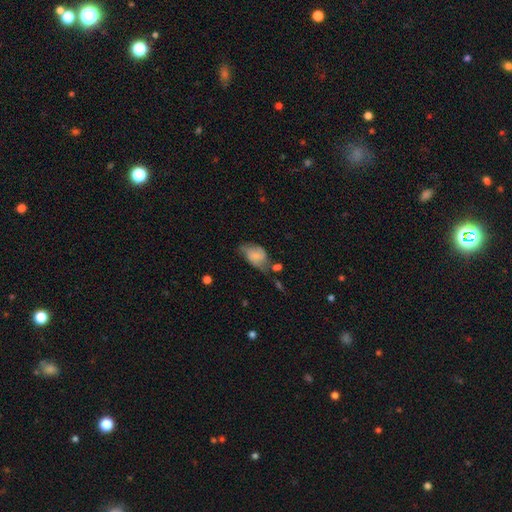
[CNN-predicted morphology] Smooth or featured? smooth (60%)
How rounded? in between (86%)
Merging? none (33%, tied with minor disturbance)